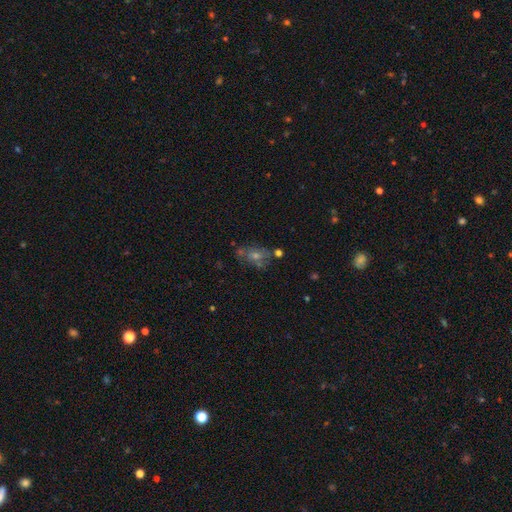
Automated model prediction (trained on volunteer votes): Smooth or featured? featured or disk (41%)
Merging? none (57%)